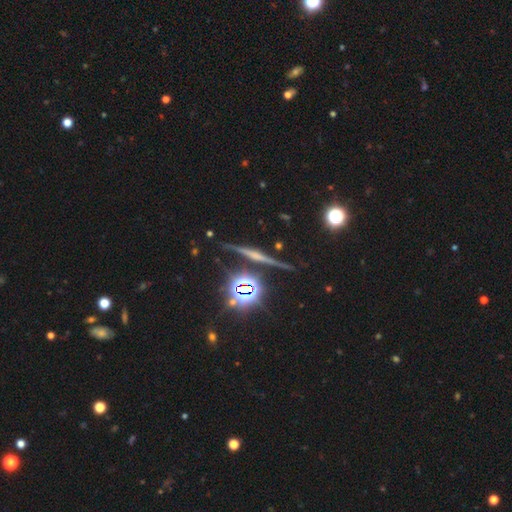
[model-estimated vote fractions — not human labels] The model was most divided on "edge-on bulge": rounded: 43%, none: 32%, boxy: 25%. More confident: edge-on disk — yes (95%); merging — none (85%); smooth or featured — featured or disk (61%).